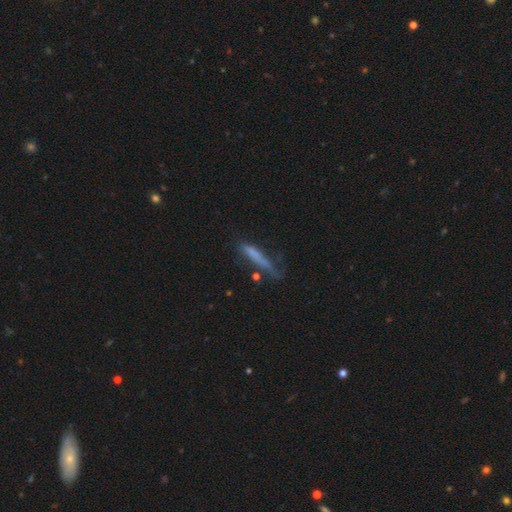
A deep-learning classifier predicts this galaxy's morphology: The model was most divided on "merging": none: 49%, minor disturbance: 27%, major disturbance: 18%, merger: 6%. More confident: how rounded — cigar-shaped (90%); smooth or featured — smooth (61%).